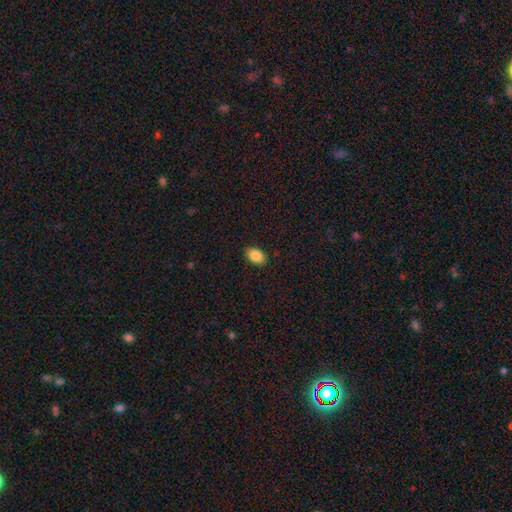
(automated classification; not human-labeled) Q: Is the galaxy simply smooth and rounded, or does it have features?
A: smooth — 87%.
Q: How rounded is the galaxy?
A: in between — 86%.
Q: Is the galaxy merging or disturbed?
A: none — 87%.